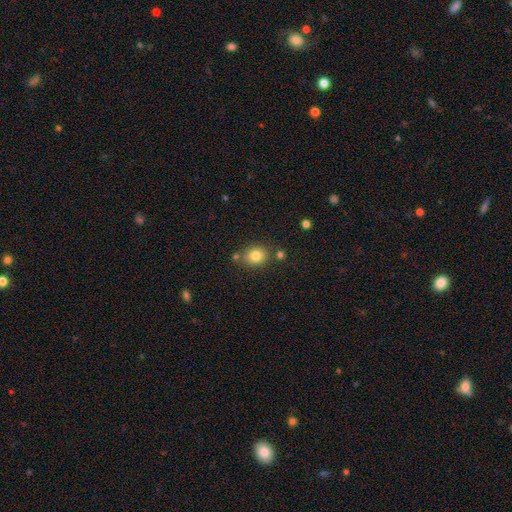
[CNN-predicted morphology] smooth 81%, star or artifact 11%, featured or disk 8%. Down the decision tree: how rounded — round (61%); merging — none (75%).